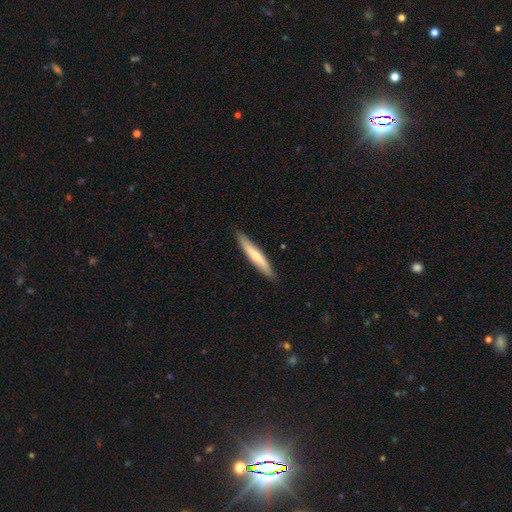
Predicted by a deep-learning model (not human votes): smooth 69%, featured or disk 26%, star or artifact 5%. Down the decision tree: how rounded — cigar-shaped (93%); merging — none (89%).